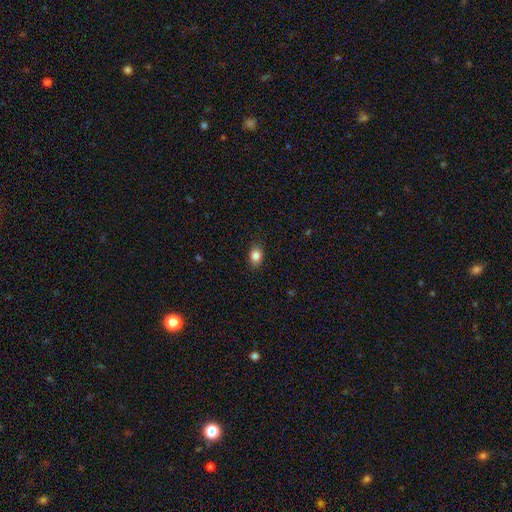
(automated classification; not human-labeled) Smooth or featured?
  - smooth: 84% *
  - star or artifact: 9%
  - featured or disk: 7%
How rounded?
  - in between: 74% *
  - round: 25%
  - cigar-shaped: 1%
Merging?
  - none: 87% *
  - minor disturbance: 10%
  - major disturbance: 2%
  - merger: 1%